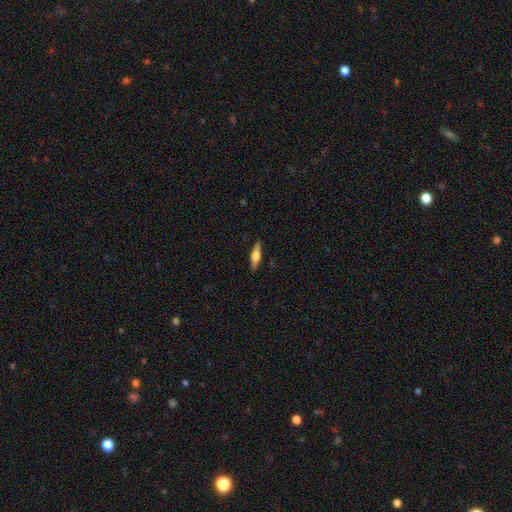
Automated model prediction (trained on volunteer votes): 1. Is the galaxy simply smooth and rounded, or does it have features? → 54% featured or disk, 40% smooth, 6% star or artifact.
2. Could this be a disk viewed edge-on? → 95% yes, 5% no.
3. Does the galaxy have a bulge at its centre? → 87% rounded, 10% boxy, 3% none.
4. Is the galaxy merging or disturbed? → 89% none, 9% minor disturbance, 2% major disturbance, 1% merger.